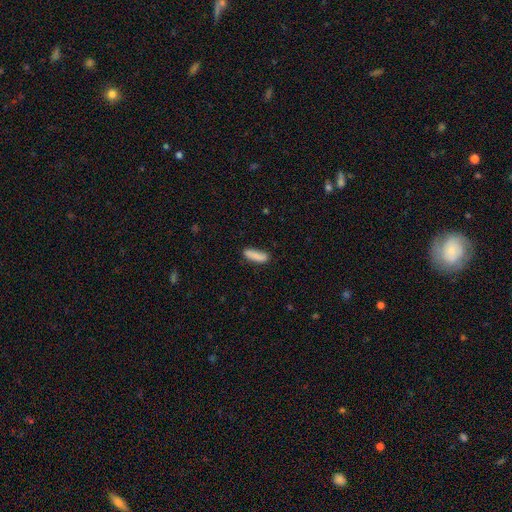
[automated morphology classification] smooth-or-featured: smooth: 86% | featured or disk: 7% | star or artifact: 7%
  how-rounded: cigar-shaped: 56% | in between: 43% | round: 2%
  merging: none: 78% | minor disturbance: 16% | major disturbance: 4% | merger: 2%